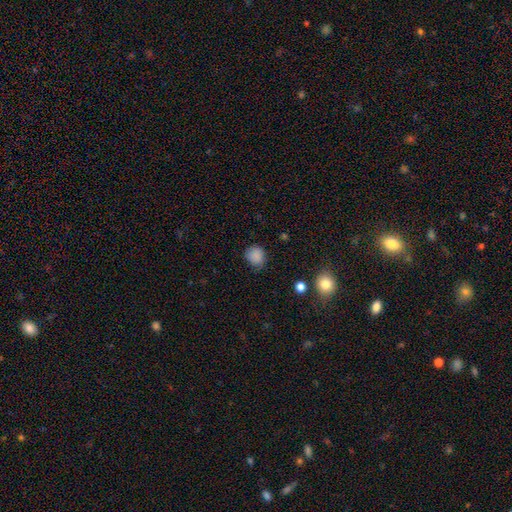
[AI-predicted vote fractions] Smooth or featured? smooth (84%)
How rounded? round (78%)
Merging? none (67%)